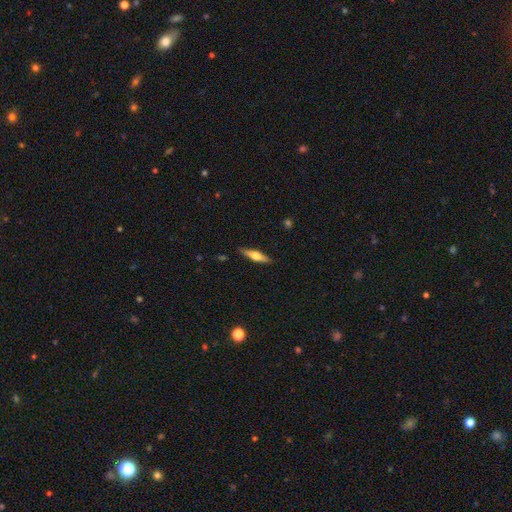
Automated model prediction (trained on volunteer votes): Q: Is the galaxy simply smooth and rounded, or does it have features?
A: featured or disk — 49%.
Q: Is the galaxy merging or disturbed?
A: none — 88%.